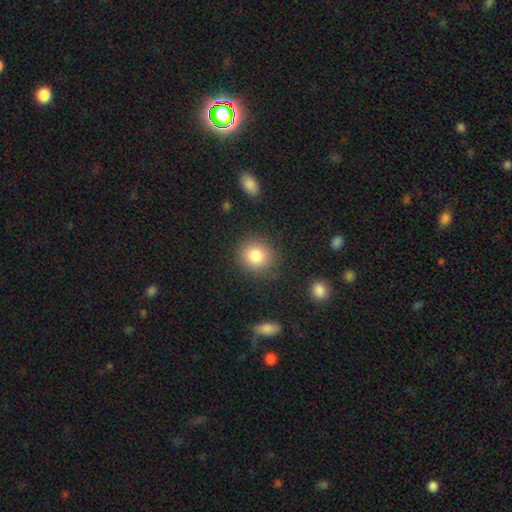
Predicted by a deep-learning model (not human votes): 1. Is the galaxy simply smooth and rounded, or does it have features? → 84% smooth, 10% star or artifact, 7% featured or disk.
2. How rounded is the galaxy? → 81% round, 18% in between, 1% cigar-shaped.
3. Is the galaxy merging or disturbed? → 85% none, 9% minor disturbance, 3% major disturbance, 2% merger.